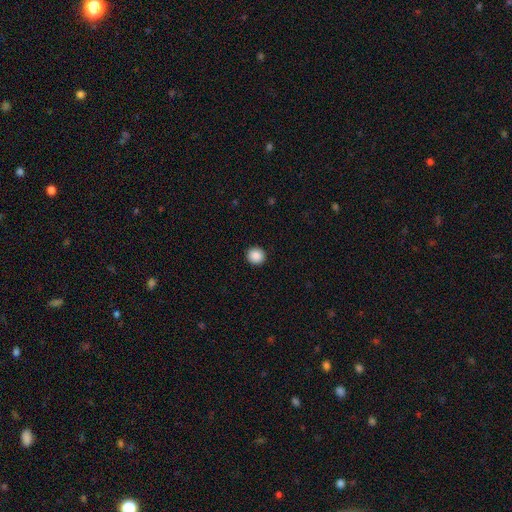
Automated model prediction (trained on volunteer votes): The model was most divided on "smooth or featured": smooth: 89%, star or artifact: 9%, featured or disk: 3%. More confident: merging — none (93%); how rounded — round (92%).